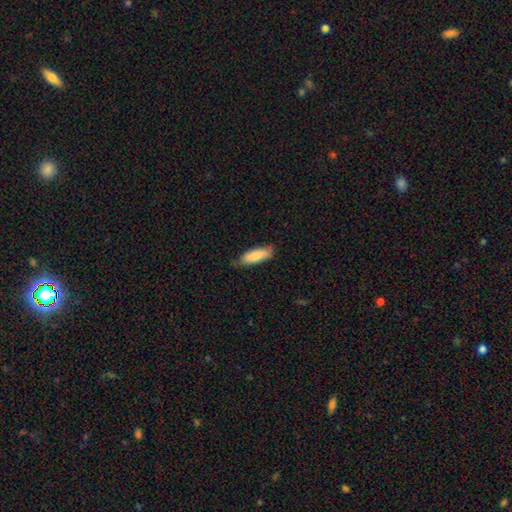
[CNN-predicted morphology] Smooth or featured?
  - smooth: 84% *
  - featured or disk: 10%
  - star or artifact: 6%
How rounded?
  - in between: 59% *
  - cigar-shaped: 40%
  - round: 2%
Merging?
  - none: 69% *
  - minor disturbance: 26%
  - major disturbance: 4%
  - merger: 1%